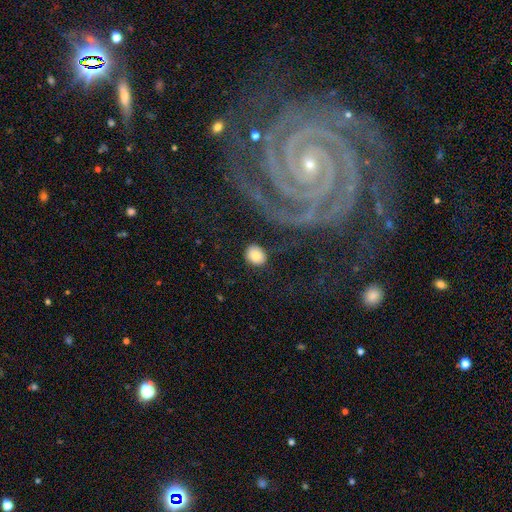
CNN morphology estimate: type=smooth (80%); roundness=round (59%); merging=none (73%).